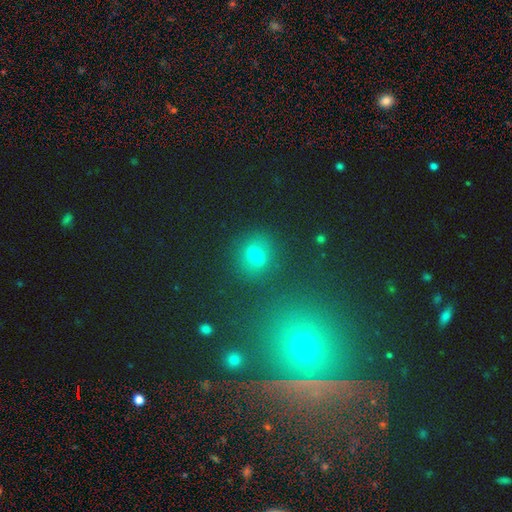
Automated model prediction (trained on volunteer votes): Smooth or featured? smooth (65%)
How rounded? round (61%)
Merging? none (80%)